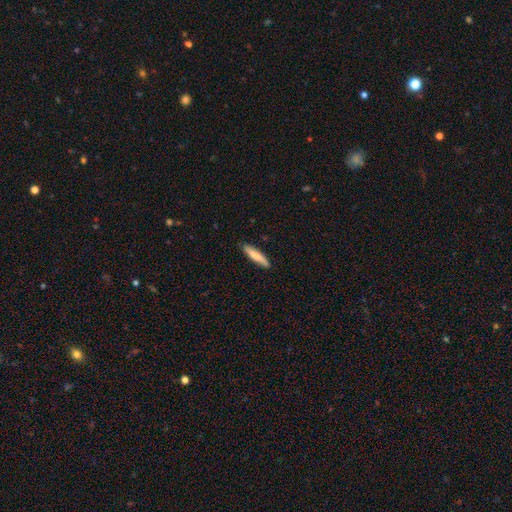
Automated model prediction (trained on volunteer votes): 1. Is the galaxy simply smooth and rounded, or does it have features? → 76% smooth, 19% featured or disk, 5% star or artifact.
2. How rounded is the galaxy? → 87% cigar-shaped, 12% in between, 1% round.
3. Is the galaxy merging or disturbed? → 85% none, 12% minor disturbance, 2% major disturbance, 1% merger.